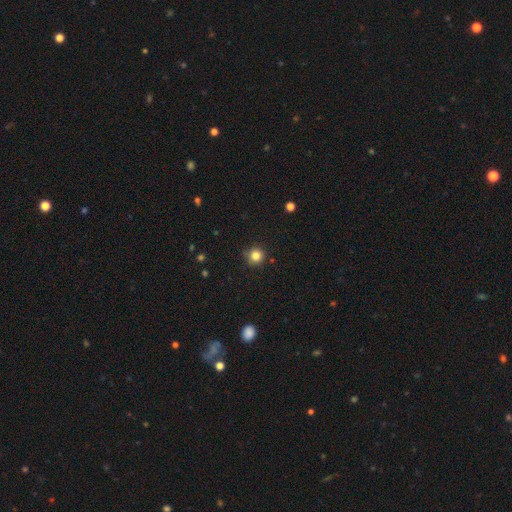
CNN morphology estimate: smooth 83%, star or artifact 12%, featured or disk 5%. Down the decision tree: how rounded — round (95%); merging — none (88%).